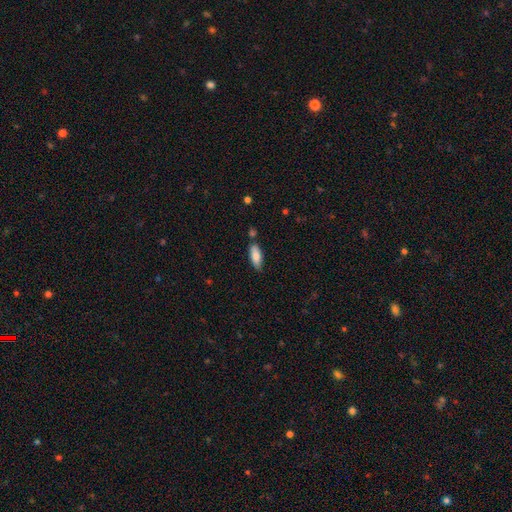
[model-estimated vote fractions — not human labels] Smooth or featured? Predicted: smooth (p=0.81). How rounded? Predicted: in between (p=0.76). Merging? Predicted: none (p=0.74).